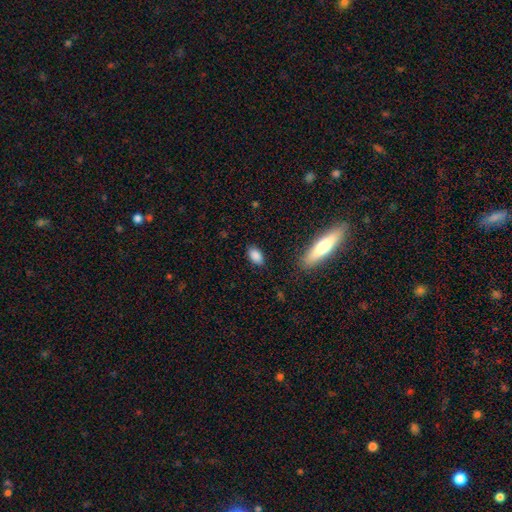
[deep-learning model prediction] Morphology: type=smooth (87%); roundness=in between (90%); merging=none (85%).